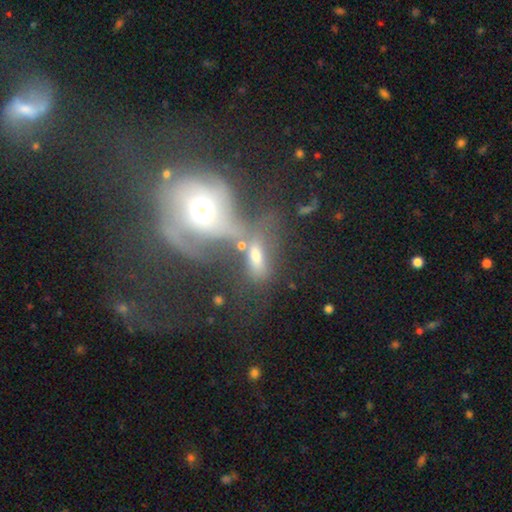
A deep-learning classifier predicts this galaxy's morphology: This is possibly a featured or disk galaxy (45%). Merging: possibly merger (53%).